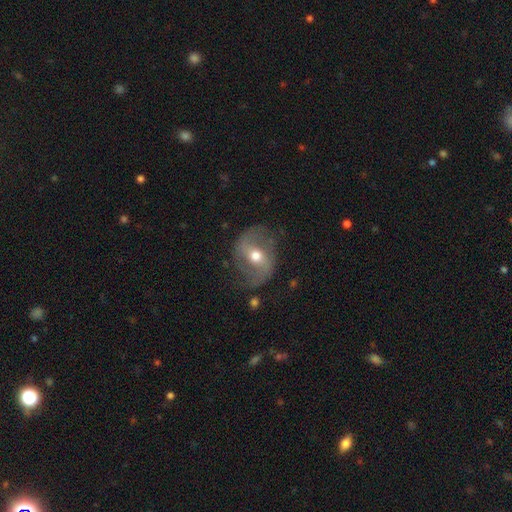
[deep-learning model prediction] Morphology: type=featured or disk (77%); edge-on=no (96%); bar=weak (42%); spiral arms=yes (83%); winding=medium (45%); arm count=2 (90%); bulge=moderate (76%); merging=none (72%).